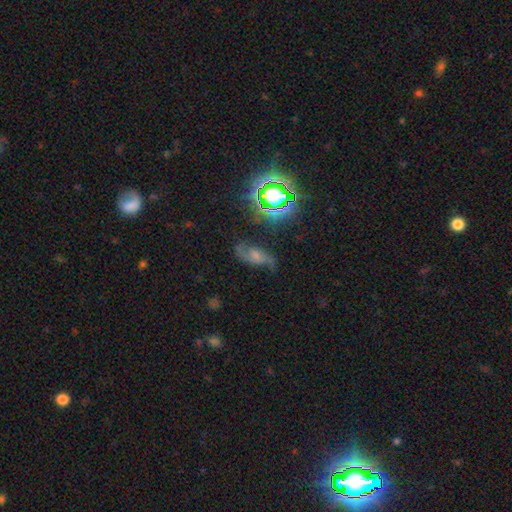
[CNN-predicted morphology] A featured or disk galaxy (58%) with no bar (56%), spiral arms (90%) and a small central bulge (36%). Merging: none (57%).